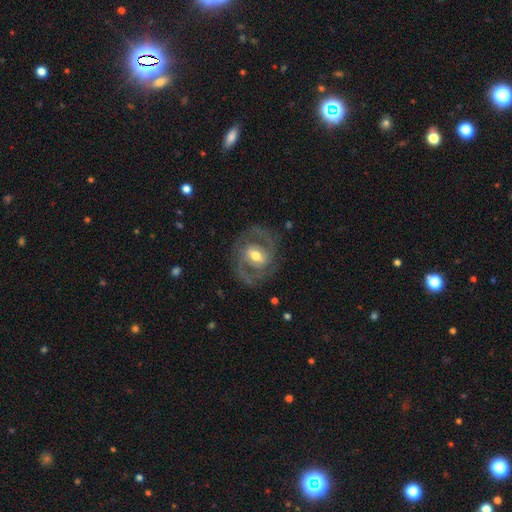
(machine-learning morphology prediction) smooth-or-featured: featured or disk: 83% | smooth: 12% | star or artifact: 5%
  disk-edge-on: no: 97% | yes: 3%
    bar: weak: 48% | strong: 27% | no: 25%
    has-spiral-arms: yes: 87% | no: 13%
      spiral-winding: medium: 52% | tight: 33% | loose: 15%
      spiral-arm-count: 2: 84% | can't tell: 7% | 3: 4% | 1: 3% | 4: 1% | more than 4: 1%
    bulge-size: moderate: 72% | small: 14% | large: 12% | dominant: 1% | none: 1%
  merging: none: 76% | minor disturbance: 14% | major disturbance: 9% | merger: 1%